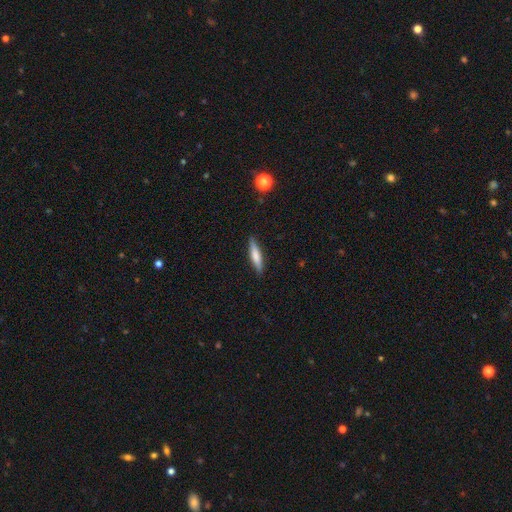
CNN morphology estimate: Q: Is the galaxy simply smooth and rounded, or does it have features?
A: smooth — 67%.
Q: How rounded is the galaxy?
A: cigar-shaped — 82%.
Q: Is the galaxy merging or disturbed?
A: none — 88%.